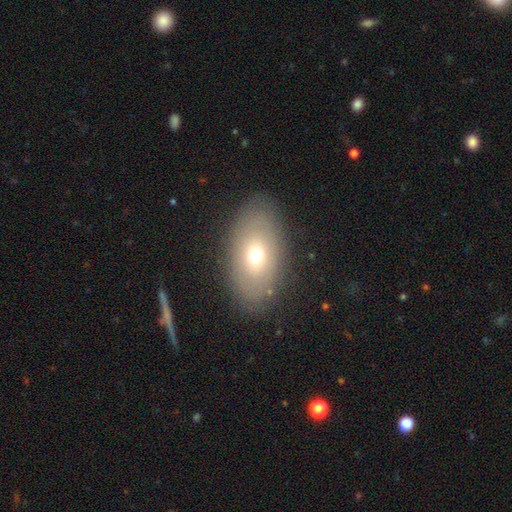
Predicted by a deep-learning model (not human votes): Smooth or featured? smooth (61%)
How rounded? in between (88%)
Merging? none (84%)